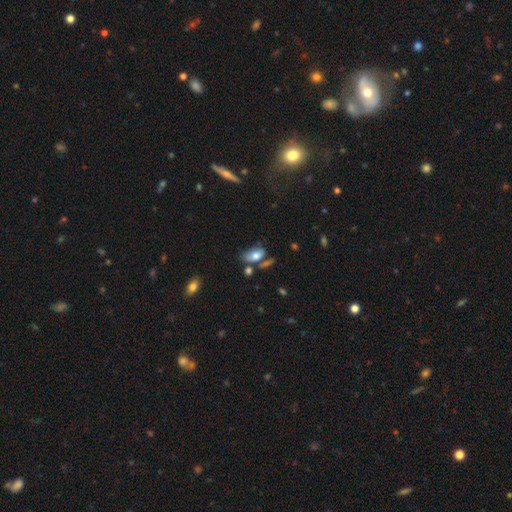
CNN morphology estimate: smooth_or_featured: smooth (p=0.72) [alt: featured or disk p=0.20]
how_rounded: in between (p=0.88) [alt: cigar-shaped p=0.07]
merging: none (p=0.49) [alt: minor disturbance p=0.22]